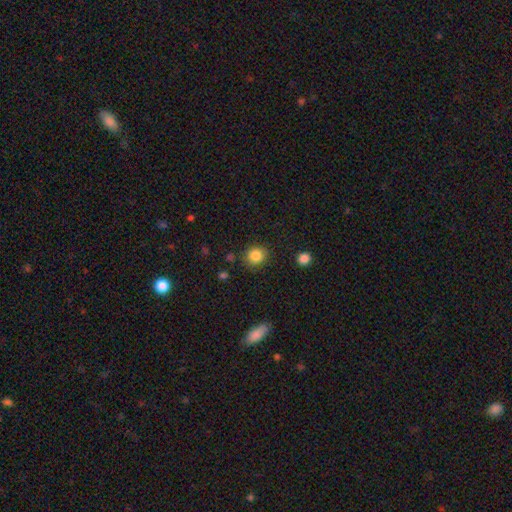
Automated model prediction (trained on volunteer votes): This appears to be a smooth galaxy with no disk features (85%) that is round (82%). Merging: none (85%).